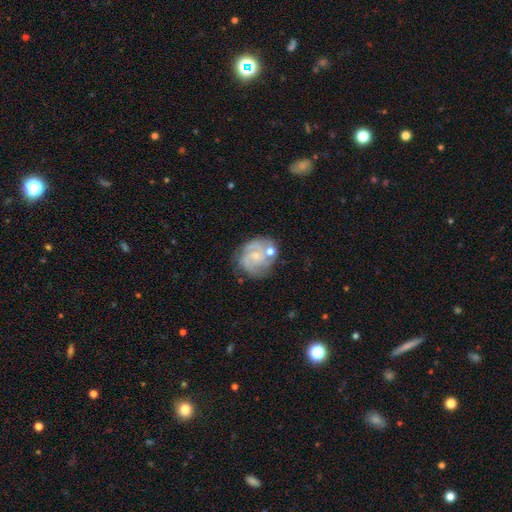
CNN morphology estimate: Q: Smooth or featured?
A: featured or disk (73%); runner-up: smooth (20%)
Q: Edge-on disk?
A: no (98%); runner-up: yes (2%)
Q: Bar?
A: no (69%); runner-up: weak (28%)
Q: Spiral arms?
A: yes (88%); runner-up: no (12%)
Q: Spiral winding?
A: tight (50%); runner-up: medium (38%)
Q: Spiral arm count?
A: 3 (30%); runner-up: can't tell (28%)
Q: Bulge size?
A: small (66%); runner-up: moderate (22%)
Q: Merging?
A: none (57%); runner-up: minor disturbance (20%)